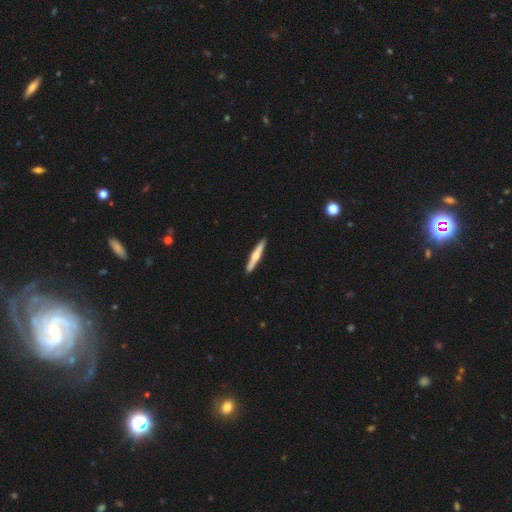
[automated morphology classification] type=featured or disk (58%); edge-on=yes (97%); edge-on bulge=rounded (83%); merging=none (91%).